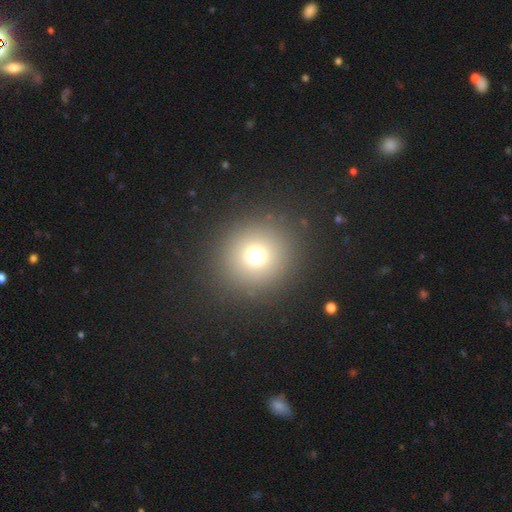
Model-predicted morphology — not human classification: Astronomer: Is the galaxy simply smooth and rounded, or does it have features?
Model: smooth — 70%.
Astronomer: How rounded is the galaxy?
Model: round — 93%.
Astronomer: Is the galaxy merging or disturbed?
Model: none — 89%.